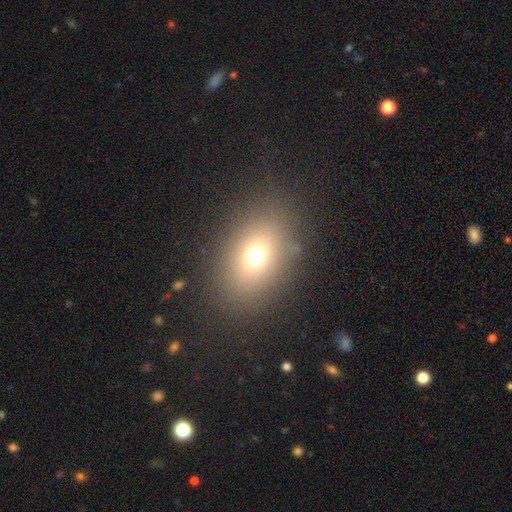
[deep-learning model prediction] This appears to be a smooth galaxy with no disk features (69%) that is in between round and cigar-shaped (67%). Merging: none (84%).